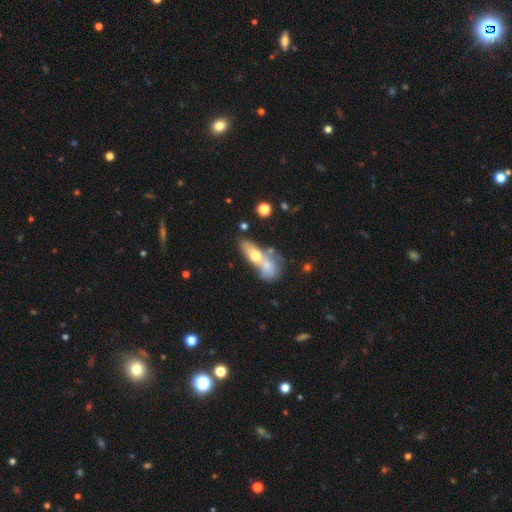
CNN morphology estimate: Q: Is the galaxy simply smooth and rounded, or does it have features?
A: smooth — 59%.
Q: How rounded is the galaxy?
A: in between — 65%.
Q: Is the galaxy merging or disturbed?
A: merger — 58%.